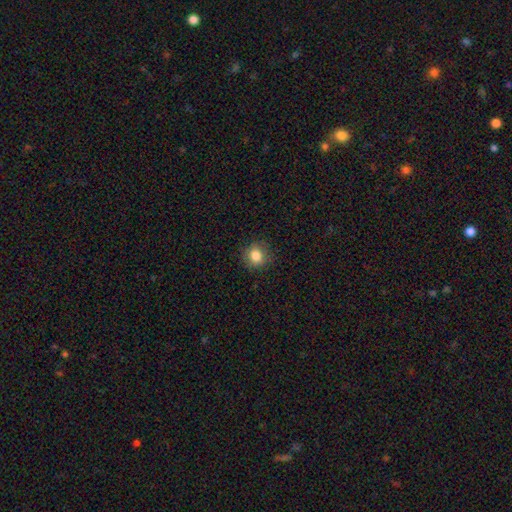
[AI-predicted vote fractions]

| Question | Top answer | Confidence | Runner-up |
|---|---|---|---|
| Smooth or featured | smooth | 84% | star or artifact (10%) |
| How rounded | round | 85% | in between (14%) |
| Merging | none | 84% | minor disturbance (12%) |